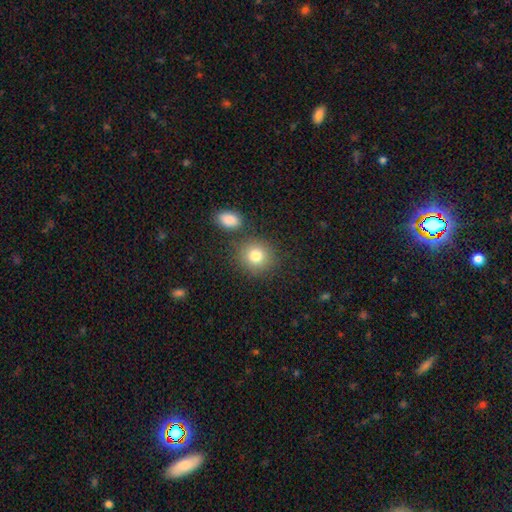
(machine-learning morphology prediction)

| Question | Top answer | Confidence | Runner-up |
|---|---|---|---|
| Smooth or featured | smooth | 81% | star or artifact (10%) |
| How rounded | round | 83% | in between (16%) |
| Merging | none | 78% | merger (10%) |